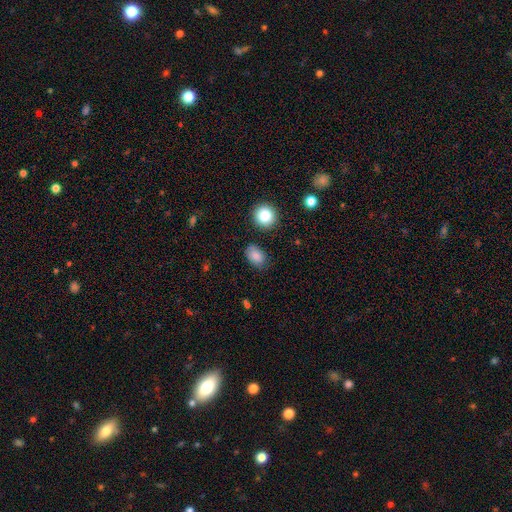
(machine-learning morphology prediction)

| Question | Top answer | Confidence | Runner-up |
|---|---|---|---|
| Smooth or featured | smooth | 84% | star or artifact (9%) |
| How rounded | in between | 81% | round (17%) |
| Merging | none | 75% | minor disturbance (18%) |